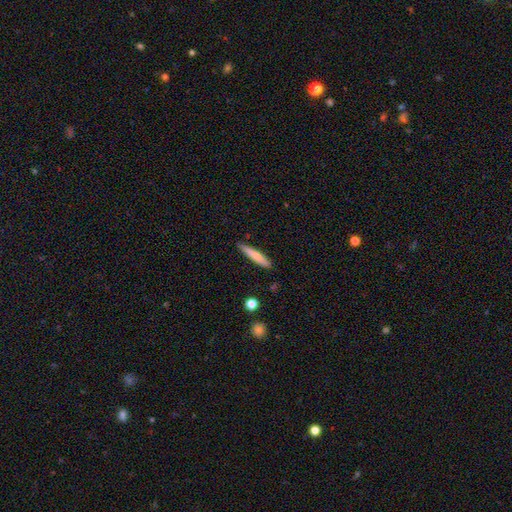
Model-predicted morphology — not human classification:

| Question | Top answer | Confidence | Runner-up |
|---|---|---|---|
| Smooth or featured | smooth | 70% | featured or disk (24%) |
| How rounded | cigar-shaped | 91% | in between (7%) |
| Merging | none | 83% | minor disturbance (13%) |